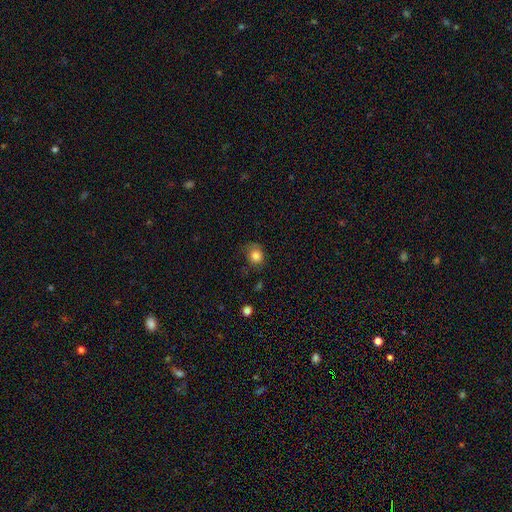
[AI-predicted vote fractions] The model was most divided on "merging": none: 57%, minor disturbance: 28%, major disturbance: 12%, merger: 2%. More confident: smooth or featured — smooth (82%); how rounded — round (70%).